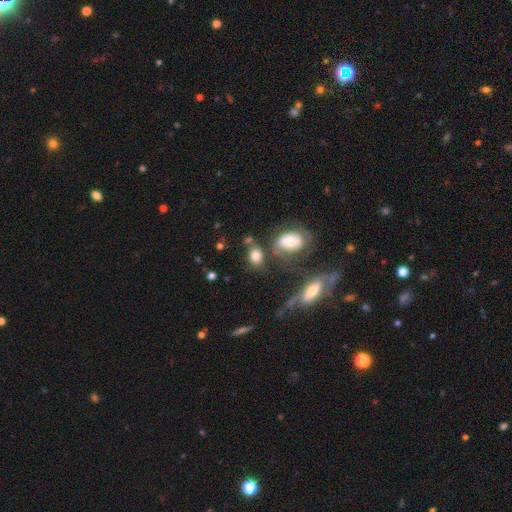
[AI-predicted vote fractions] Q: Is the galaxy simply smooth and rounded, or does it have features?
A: smooth — 75%.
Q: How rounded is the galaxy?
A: in between — 61%.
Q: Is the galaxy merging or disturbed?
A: none — 51%.